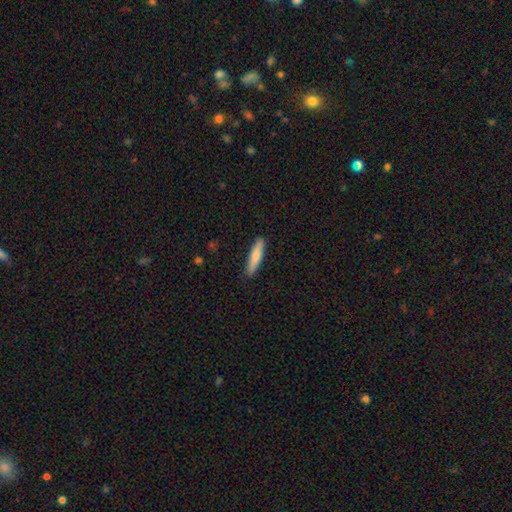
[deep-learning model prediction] Smooth or featured: smooth — 73% (featured or disk — 21%)
How rounded: cigar-shaped — 84% (in between — 14%)
Merging: none — 90% (minor disturbance — 8%)